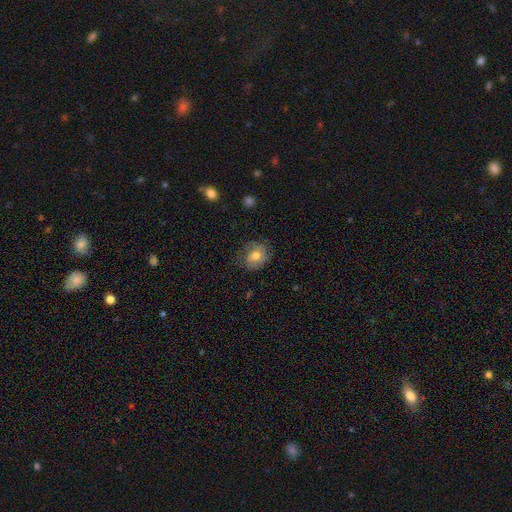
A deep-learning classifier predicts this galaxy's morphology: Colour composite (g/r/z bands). It shows a smooth galaxy with no disk features (68%) that is round (62%). Merging: none (68%).